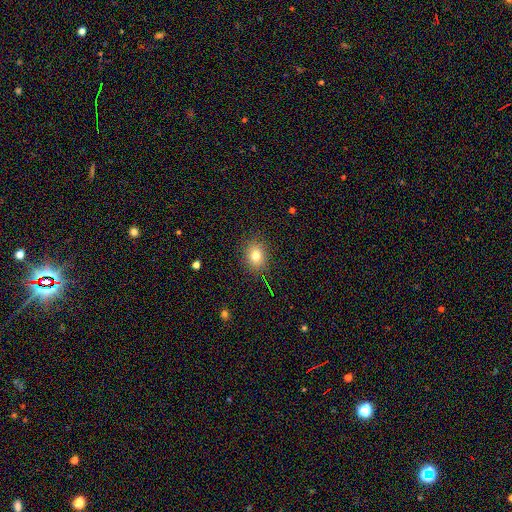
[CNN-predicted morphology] A smooth galaxy with no disk features (75%) that is round (61%).

Vote fractions:
- Smooth or featured? smooth: 75% / star or artifact: 15% / featured or disk: 10%
- How rounded? round: 61% / in between: 37% / cigar-shaped: 1%
- Merging? none: 88% / minor disturbance: 8% / major disturbance: 3% / merger: 1%